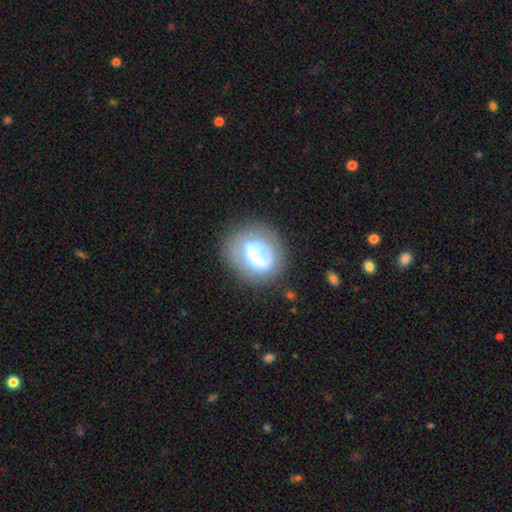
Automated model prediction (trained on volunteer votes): Morphology: type=smooth (48%); merging=none (60%).